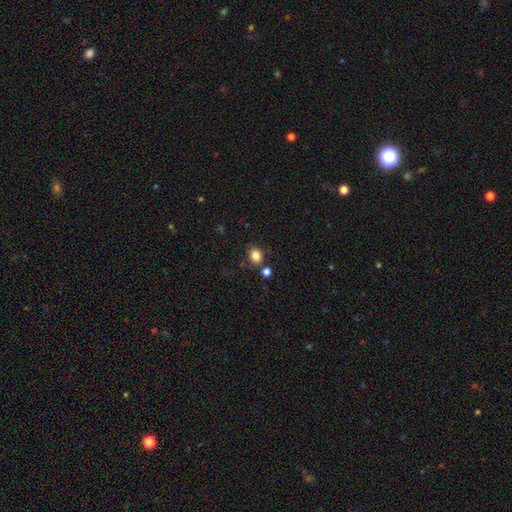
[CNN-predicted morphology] Smooth or featured? smooth (84%)
How rounded? in between (52%)
Merging? none (74%)